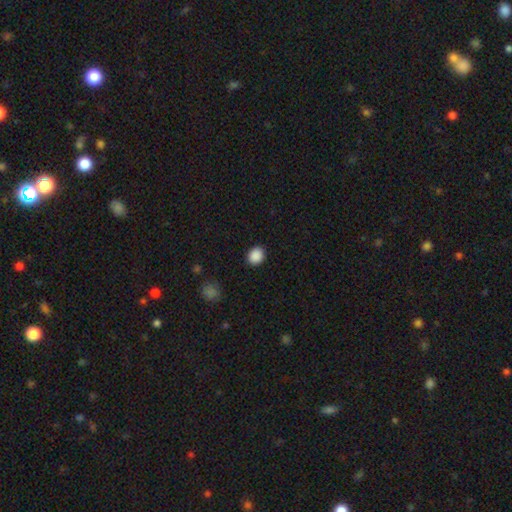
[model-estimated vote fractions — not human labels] Smooth or featured? smooth (89%)
How rounded? round (65%)
Merging? none (90%)